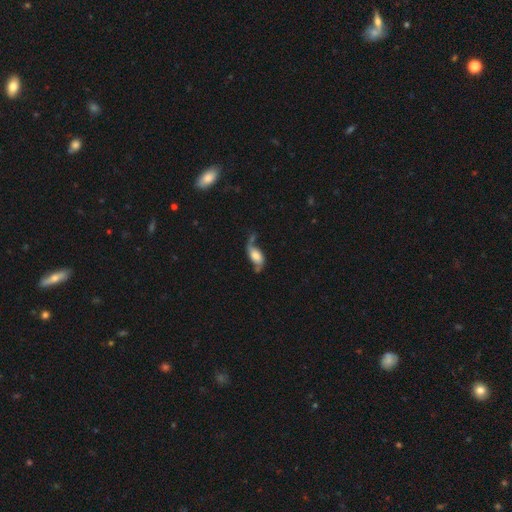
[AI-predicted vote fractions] smooth-or-featured: featured or disk: 51% | smooth: 41% | star or artifact: 9%
  disk-edge-on: no: 87% | yes: 13%
  merging: none: 38% | minor disturbance: 24% | major disturbance: 23% | merger: 15%